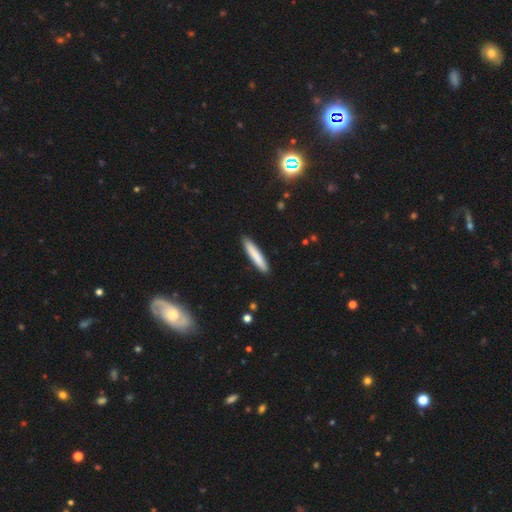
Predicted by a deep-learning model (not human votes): A smooth galaxy with no disk features (82%) that is cigar-shaped (91%). Merging: none (91%).